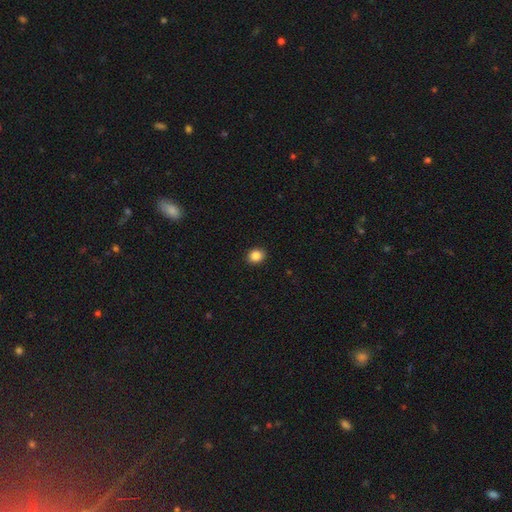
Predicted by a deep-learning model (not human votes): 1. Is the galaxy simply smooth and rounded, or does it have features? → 86% smooth, 10% star or artifact, 4% featured or disk.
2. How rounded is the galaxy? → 60% round, 39% in between, 1% cigar-shaped.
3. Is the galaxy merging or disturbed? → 91% none, 6% minor disturbance, 2% major disturbance, 1% merger.